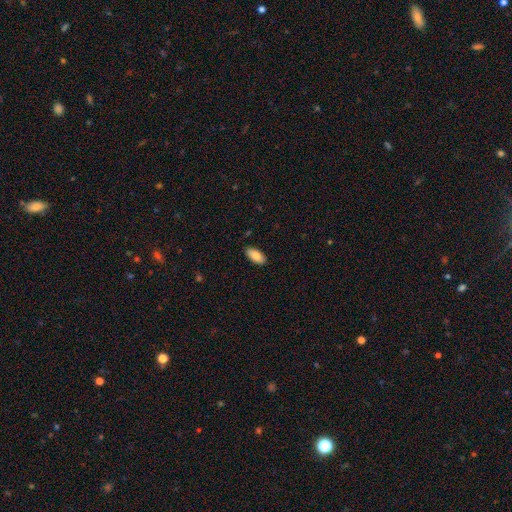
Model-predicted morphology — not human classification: This appears to be a smooth galaxy with no disk features (86%) that is in between round and cigar-shaped (91%). Merging: none (88%).